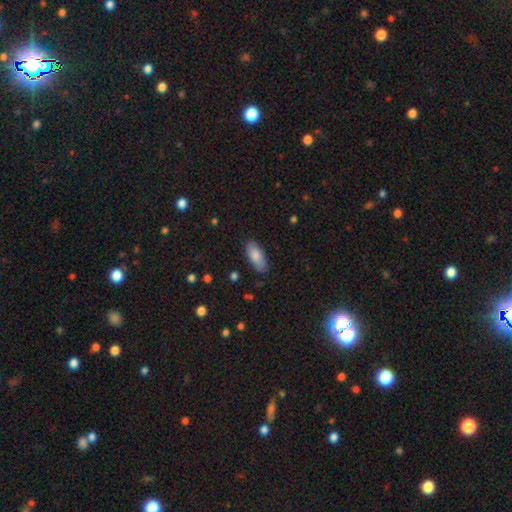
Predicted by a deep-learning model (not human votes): Overall: smooth (79%). How rounded: in between (85%). Merging: none (85%).